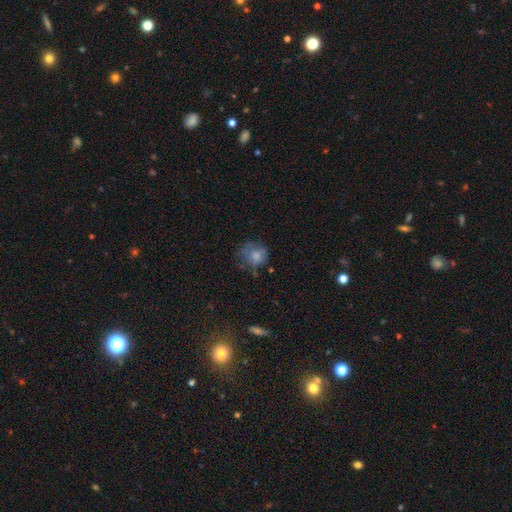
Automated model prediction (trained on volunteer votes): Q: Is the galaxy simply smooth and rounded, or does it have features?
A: smooth — 70%.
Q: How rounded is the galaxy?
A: round — 66%.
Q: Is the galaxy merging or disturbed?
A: none — 46%.